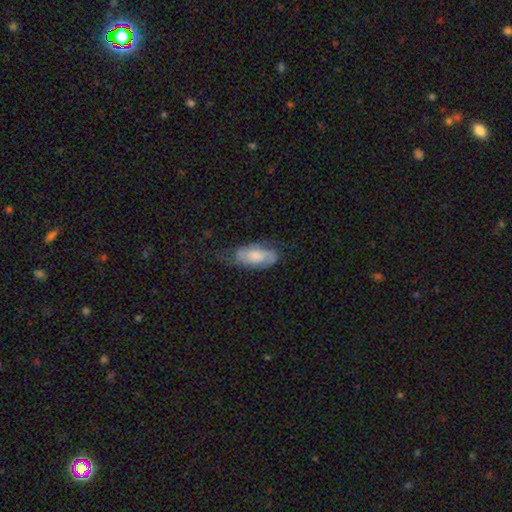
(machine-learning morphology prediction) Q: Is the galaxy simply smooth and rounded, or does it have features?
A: smooth — 47%.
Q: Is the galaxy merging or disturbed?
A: none — 51%.